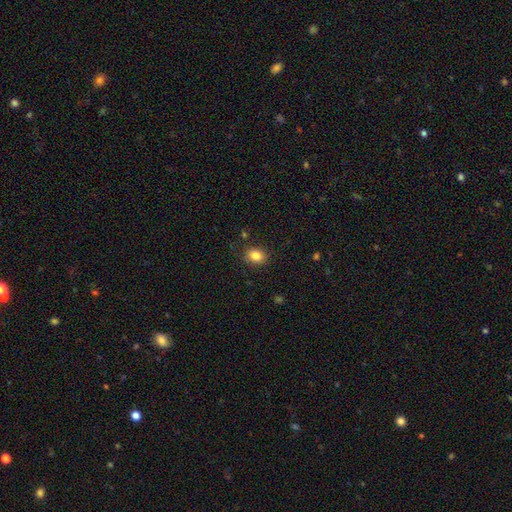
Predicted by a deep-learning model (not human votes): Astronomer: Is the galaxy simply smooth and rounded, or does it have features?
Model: smooth — 84%.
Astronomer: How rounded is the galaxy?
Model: in between — 61% (runner-up: round, 38%).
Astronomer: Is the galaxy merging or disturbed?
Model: none — 85%.